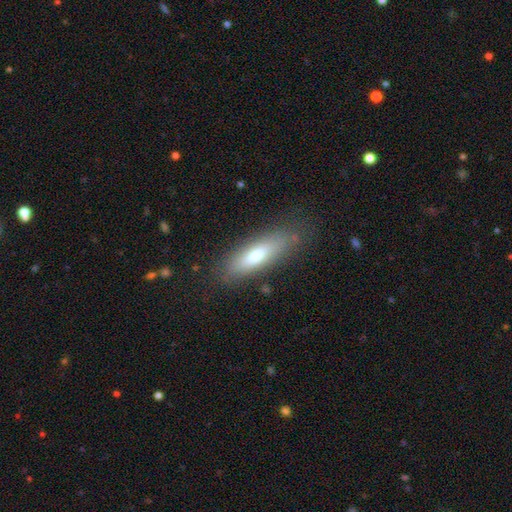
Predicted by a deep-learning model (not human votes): Q: Smooth or featured?
A: smooth (65%); runner-up: featured or disk (27%)
Q: How rounded?
A: cigar-shaped (52%); runner-up: in between (46%)
Q: Merging?
A: none (80%); runner-up: minor disturbance (14%)